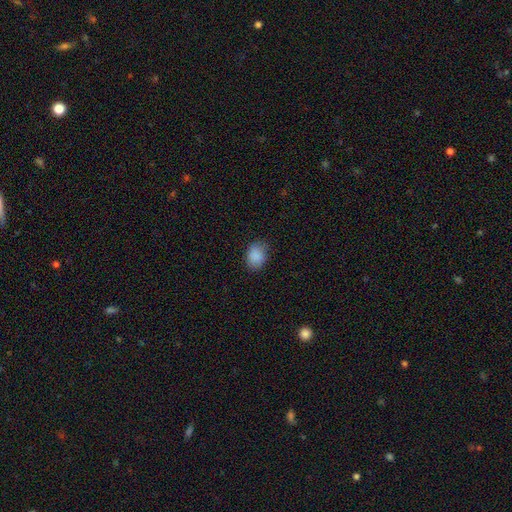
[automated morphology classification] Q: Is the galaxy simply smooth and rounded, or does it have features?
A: smooth — 88%.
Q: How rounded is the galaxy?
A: in between — 70%.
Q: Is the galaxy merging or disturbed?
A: none — 80%.